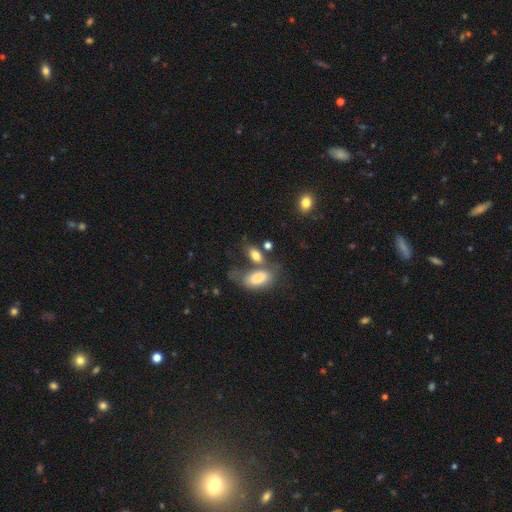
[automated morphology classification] smooth_or_featured: smooth (p=0.80) [alt: featured or disk p=0.12]
how_rounded: in between (p=0.87) [alt: cigar-shaped p=0.07]
merging: none (p=0.46) [alt: merger p=0.29]